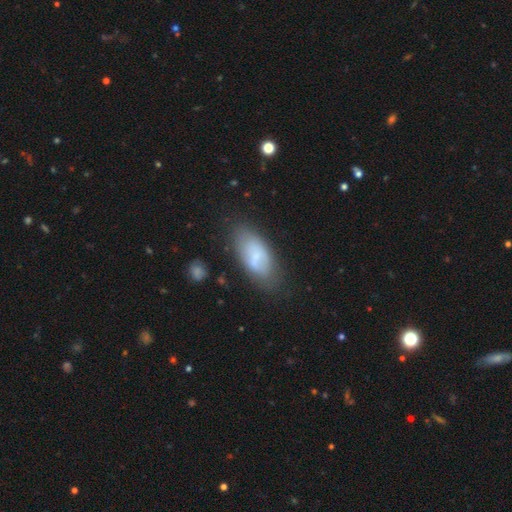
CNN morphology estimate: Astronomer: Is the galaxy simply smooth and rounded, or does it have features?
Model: smooth — 62%.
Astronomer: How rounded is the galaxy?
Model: in between — 86%.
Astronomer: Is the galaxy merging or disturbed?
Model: none — 72%.